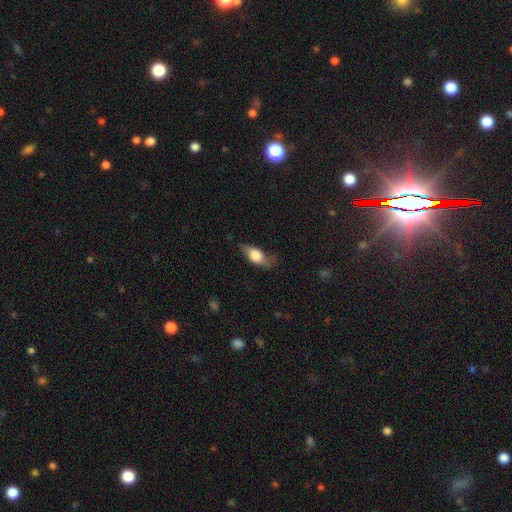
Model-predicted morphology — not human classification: type=smooth (65%); roundness=in between (78%); merging=none (54%).